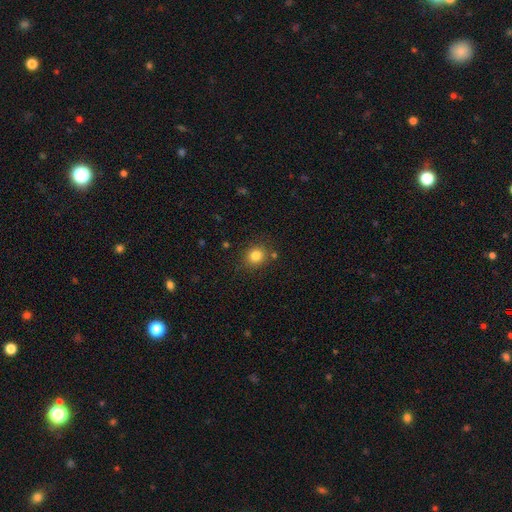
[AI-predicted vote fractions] smooth-or-featured: smooth: 82% | star or artifact: 12% | featured or disk: 6%
  how-rounded: round: 81% | in between: 18% | cigar-shaped: 1%
  merging: none: 83% | minor disturbance: 9% | merger: 5% | major disturbance: 3%